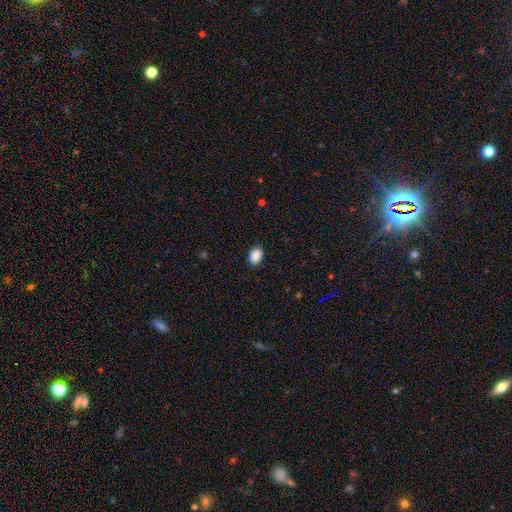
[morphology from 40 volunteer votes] A smooth galaxy with no disk features (92%) that is in between round and cigar-shaped (70%).

Vote fractions:
- Smooth or featured? smooth: 92% / featured or disk: 5% / star or artifact: 2%
- How rounded? in between: 70% / round: 30% / cigar-shaped: 0%
- Merging? none: 79% / minor disturbance: 15% / major disturbance: 5% / merger: 0%